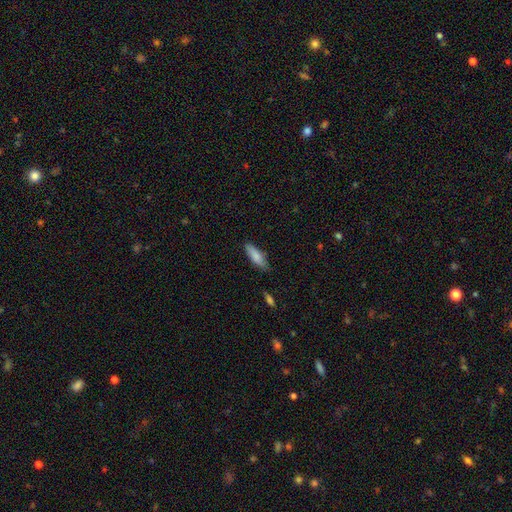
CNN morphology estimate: Smooth or featured: smooth — 83% (featured or disk — 10%)
How rounded: in between — 52% (cigar-shaped — 46%)
Merging: none — 78% (minor disturbance — 17%)